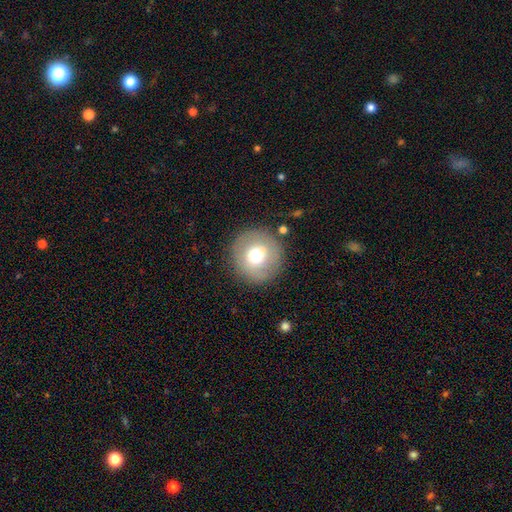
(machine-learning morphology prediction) type=smooth (67%); roundness=round (95%); merging=none (82%).